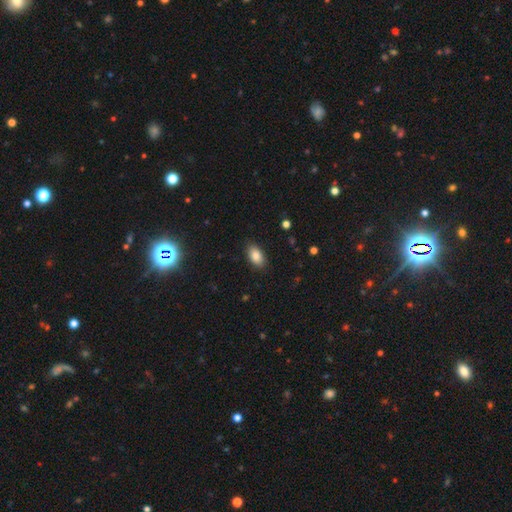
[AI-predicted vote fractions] Morphology: type=smooth (85%); roundness=in between (92%); merging=none (87%).